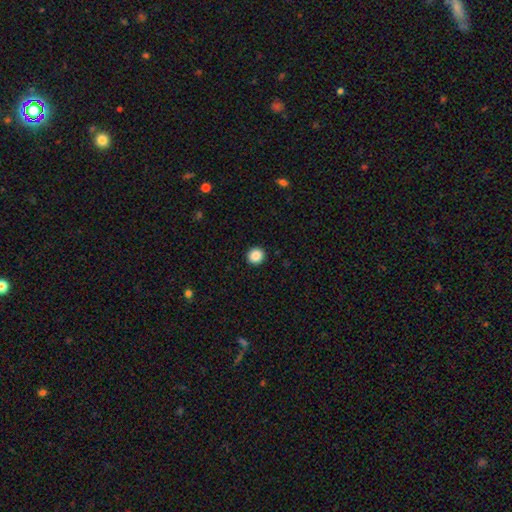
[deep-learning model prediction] Smooth or featured? smooth (88%)
How rounded? round (91%)
Merging? none (93%)